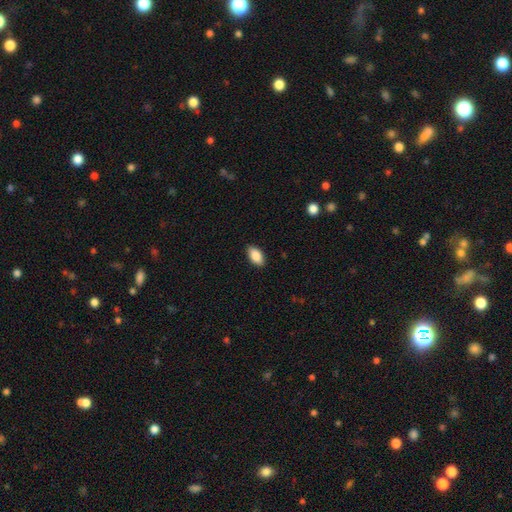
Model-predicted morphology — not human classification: Q: Smooth or featured?
A: smooth (88%); runner-up: star or artifact (7%)
Q: How rounded?
A: in between (93%); runner-up: cigar-shaped (4%)
Q: Merging?
A: none (89%); runner-up: minor disturbance (8%)